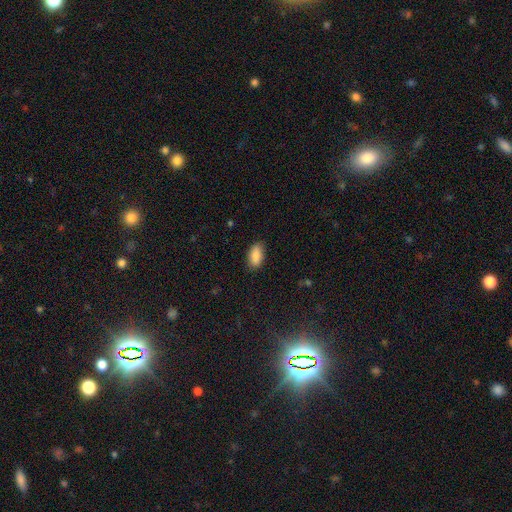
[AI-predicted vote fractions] A smooth galaxy with no disk features (88%) that is in between round and cigar-shaped (92%). Merging: none (84%).